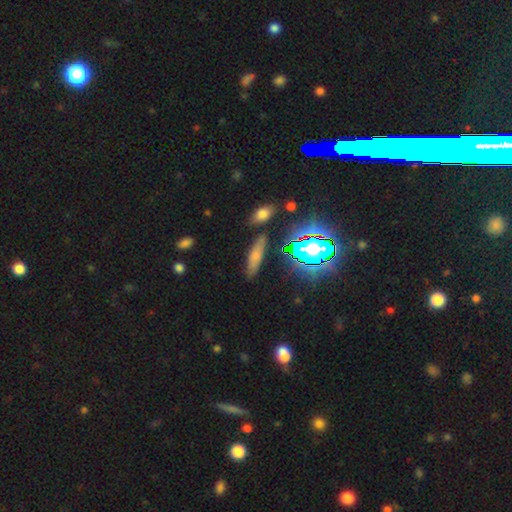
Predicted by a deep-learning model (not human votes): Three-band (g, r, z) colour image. It shows a smooth galaxy with no disk features (61%) that is cigar-shaped (59%). Merging: none (79%).